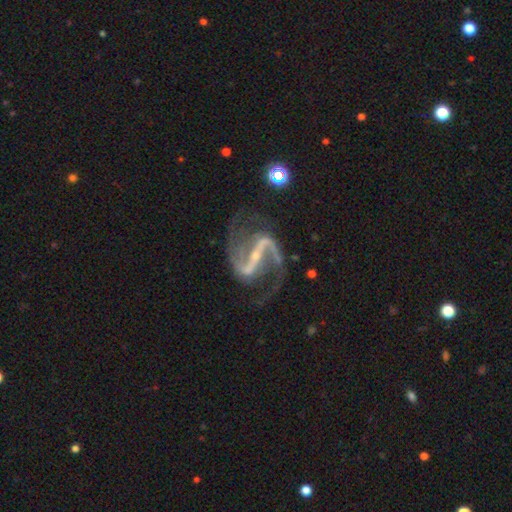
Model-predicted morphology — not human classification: Q: Smooth or featured?
A: featured or disk (93%); runner-up: star or artifact (5%)
Q: Edge-on disk?
A: no (97%); runner-up: yes (3%)
Q: Bar?
A: strong (74%); runner-up: weak (20%)
Q: Spiral arms?
A: yes (98%); runner-up: no (2%)
Q: Spiral winding?
A: medium (46%); runner-up: loose (44%)
Q: Spiral arm count?
A: 2 (94%); runner-up: can't tell (1%)
Q: Bulge size?
A: small (77%); runner-up: moderate (15%)
Q: Merging?
A: none (72%); runner-up: minor disturbance (15%)